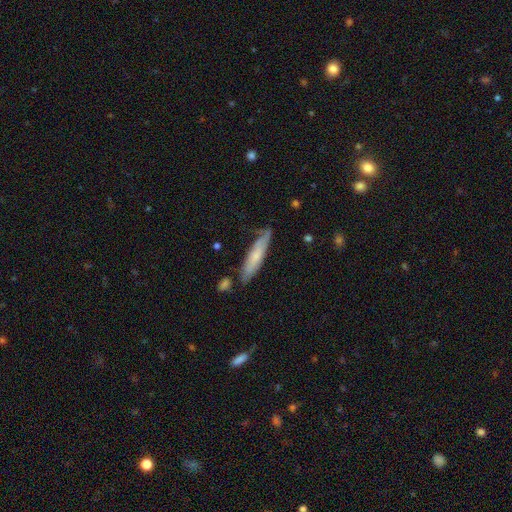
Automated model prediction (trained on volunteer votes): A smooth galaxy with no disk features (60%) that is cigar-shaped (83%).

Vote fractions:
- Smooth or featured? smooth: 60% / featured or disk: 34% / star or artifact: 6%
- How rounded? cigar-shaped: 83% / in between: 15% / round: 1%
- Merging? none: 71% / minor disturbance: 21% / major disturbance: 4% / merger: 4%